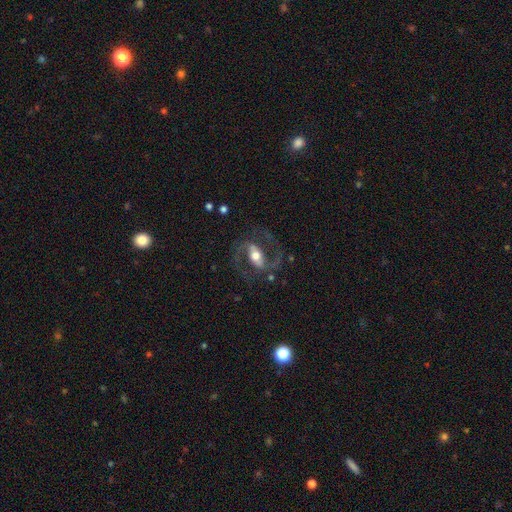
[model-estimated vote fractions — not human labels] A featured or disk galaxy (87%) with a strong bar (52%), 2 (93%) medium (62%) spiral arms (95%) and a moderate central bulge (66%). Merging: none (77%).